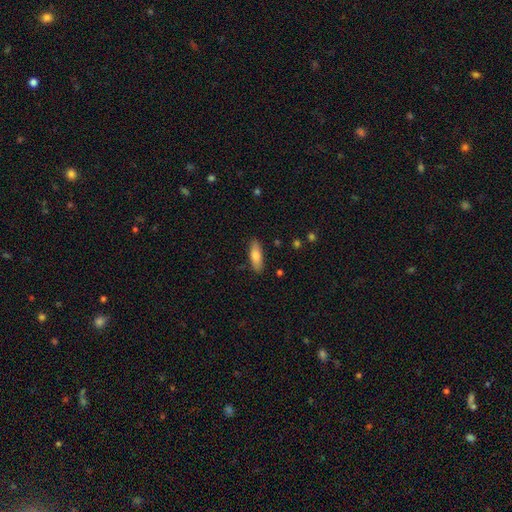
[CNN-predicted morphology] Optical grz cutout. It shows a smooth galaxy with no disk features (80%) that is in between round and cigar-shaped (55%). Merging: none (85%).